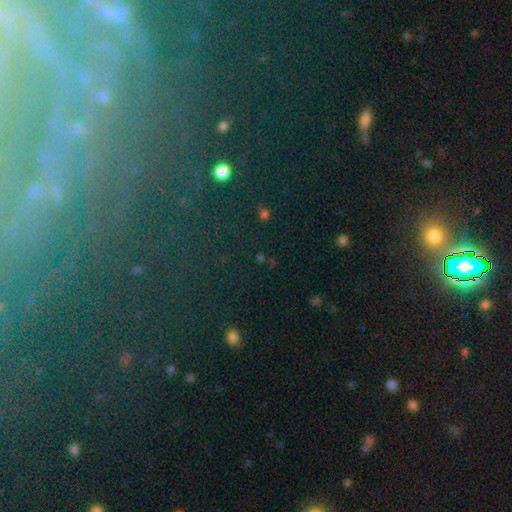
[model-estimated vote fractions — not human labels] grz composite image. It shows a star or artifact, not a galaxy (58%).